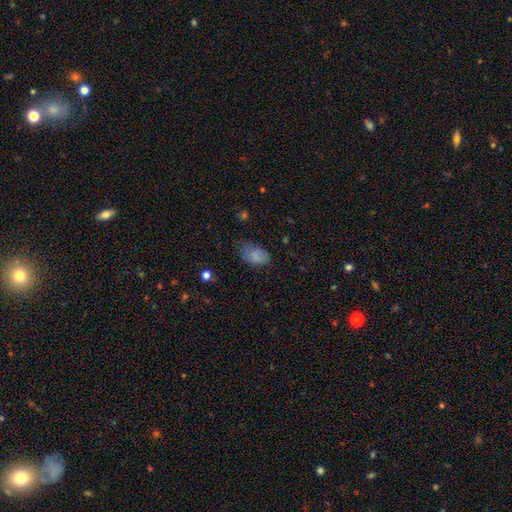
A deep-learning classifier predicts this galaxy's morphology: type=smooth (82%); roundness=in between (90%); merging=none (52%).